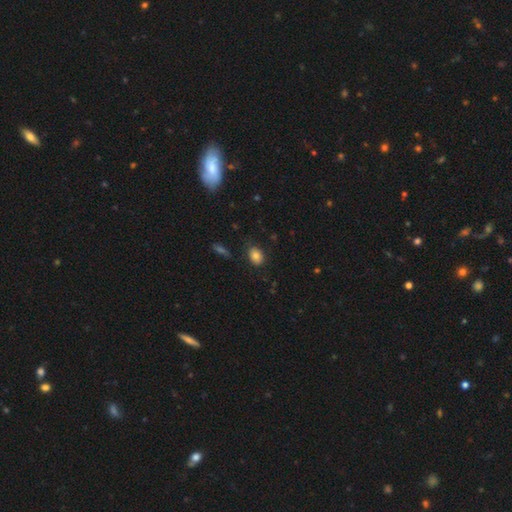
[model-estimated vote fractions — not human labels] Smooth or featured: smooth — 82% (star or artifact — 10%)
How rounded: in between — 73% (round — 26%)
Merging: none — 80% (minor disturbance — 15%)